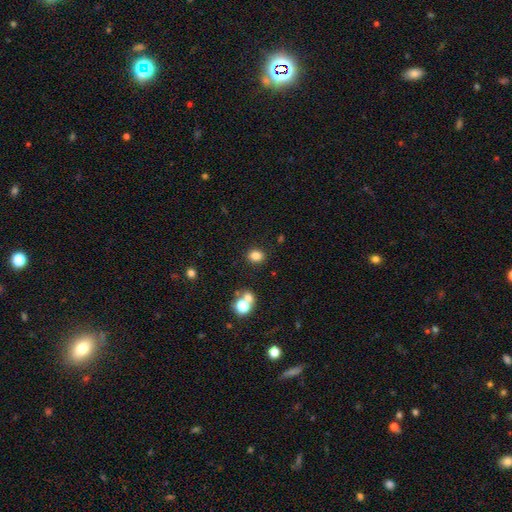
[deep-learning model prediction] Smooth or featured?
  - smooth: 81% *
  - star or artifact: 13%
  - featured or disk: 6%
How rounded?
  - round: 54% *
  - in between: 45%
  - cigar-shaped: 1%
Merging?
  - none: 83% *
  - minor disturbance: 8%
  - merger: 6%
  - major disturbance: 3%